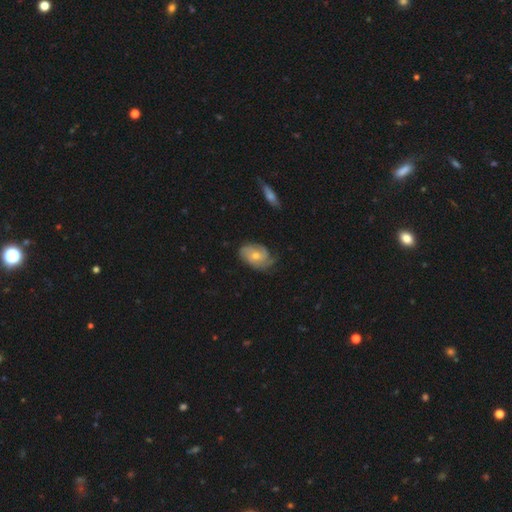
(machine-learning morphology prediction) This appears to be a featured or disk galaxy (68%) with no bar (75%), tight (53%) spiral arms (91%) and a moderate central bulge (53%). Merging: none (58%).